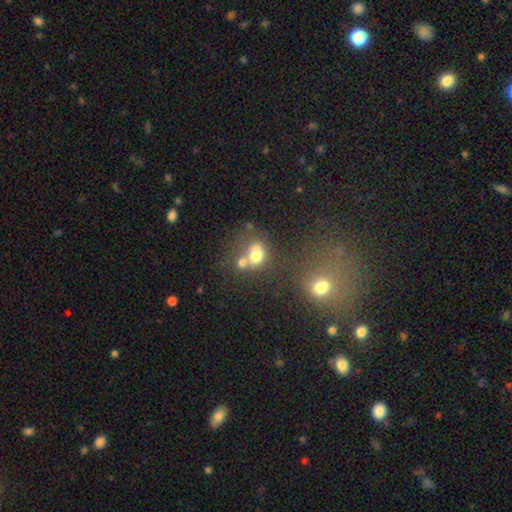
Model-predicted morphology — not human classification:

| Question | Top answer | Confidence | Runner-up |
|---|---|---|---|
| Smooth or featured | smooth | 66% | featured or disk (19%) |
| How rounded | in between | 54% | round (45%) |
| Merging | merger | 52% | none (28%) |